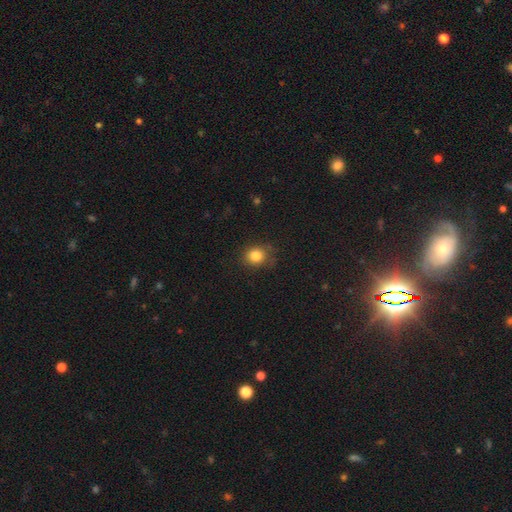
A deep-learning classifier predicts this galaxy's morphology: smooth-or-featured: smooth: 83% | star or artifact: 11% | featured or disk: 6%
  how-rounded: round: 75% | in between: 24% | cigar-shaped: 1%
  merging: none: 74% | minor disturbance: 19% | major disturbance: 5% | merger: 1%